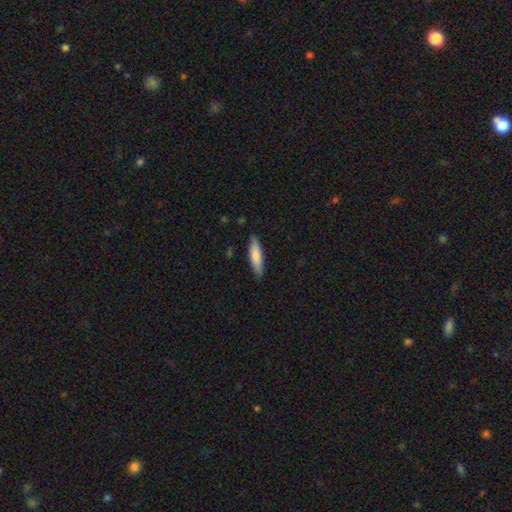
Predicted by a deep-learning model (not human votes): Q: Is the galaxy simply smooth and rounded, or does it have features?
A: smooth — 80%.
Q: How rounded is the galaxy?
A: cigar-shaped — 71%.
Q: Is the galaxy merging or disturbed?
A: none — 86%.